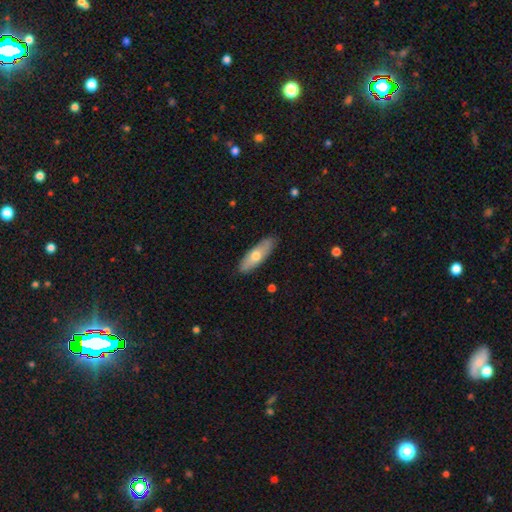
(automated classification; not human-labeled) smooth 62%, featured or disk 32%, star or artifact 6%. Down the decision tree: how rounded — in between (59%); merging — none (86%).